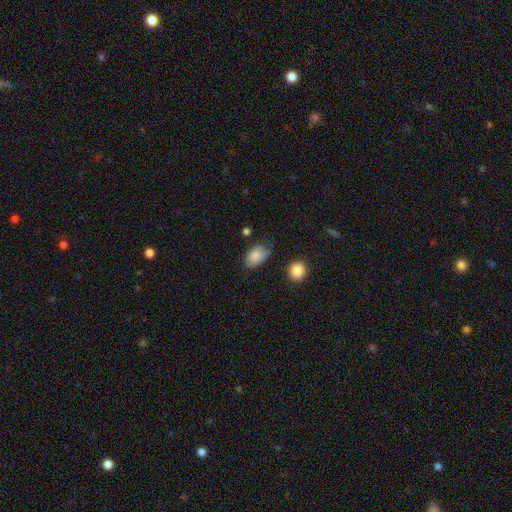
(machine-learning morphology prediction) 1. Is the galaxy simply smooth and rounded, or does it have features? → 84% smooth, 8% star or artifact, 8% featured or disk.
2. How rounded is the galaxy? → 87% in between, 11% round, 1% cigar-shaped.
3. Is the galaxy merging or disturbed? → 54% none, 33% minor disturbance, 9% major disturbance, 3% merger.